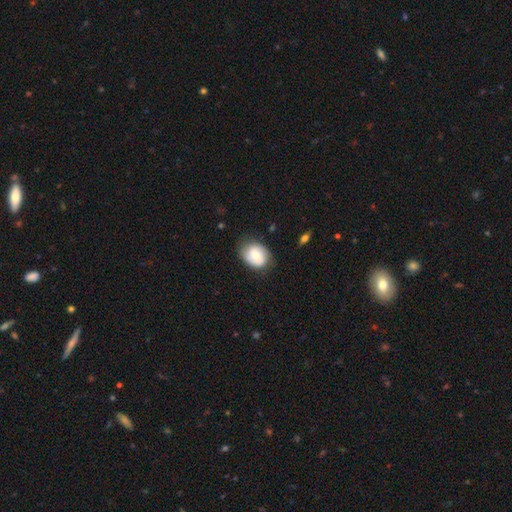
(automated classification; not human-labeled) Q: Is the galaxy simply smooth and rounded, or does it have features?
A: smooth — 60%.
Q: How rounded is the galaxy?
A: in between — 54%.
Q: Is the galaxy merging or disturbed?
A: none — 74%.